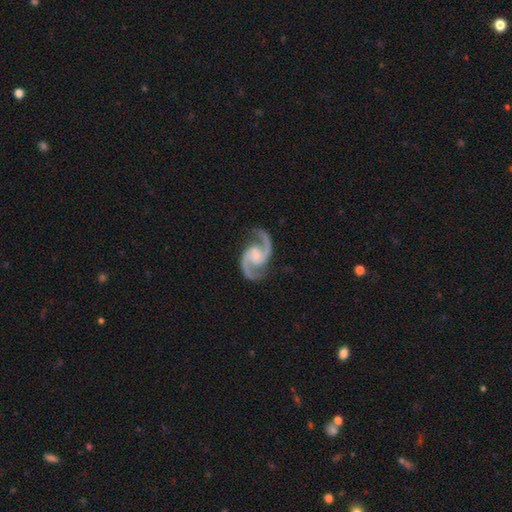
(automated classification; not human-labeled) The model was most divided on "bar": no: 47%, weak: 40%, strong: 13%. Remaining: spiral arms — yes (99%); edge-on disk — no (98%); spiral arm count — 2 (95%); smooth or featured — featured or disk (94%); merging — none (81%); spiral winding — medium (62%); bulge size — small (45%).